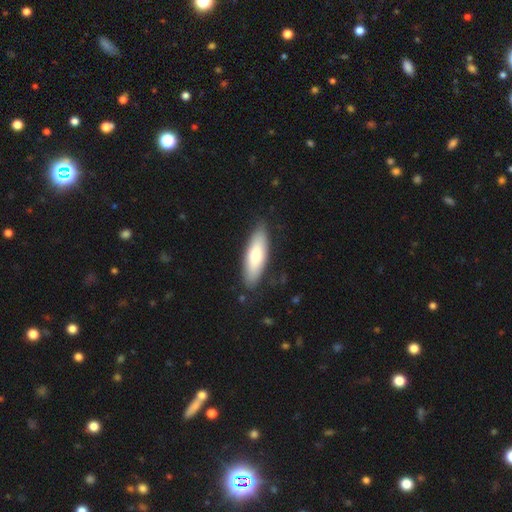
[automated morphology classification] A smooth galaxy with no disk features (68%) that is in between round and cigar-shaped (50%).

Vote fractions:
- Smooth or featured? smooth: 68% / featured or disk: 26% / star or artifact: 6%
- How rounded? in between: 50% / cigar-shaped: 48% / round: 2%
- Merging? none: 86% / minor disturbance: 11% / major disturbance: 2% / merger: 1%